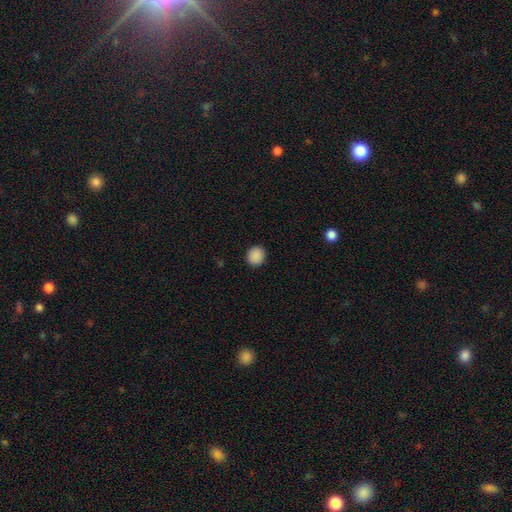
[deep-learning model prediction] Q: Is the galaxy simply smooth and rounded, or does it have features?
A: smooth — 89%.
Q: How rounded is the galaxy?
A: round — 84%.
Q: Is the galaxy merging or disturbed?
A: none — 92%.